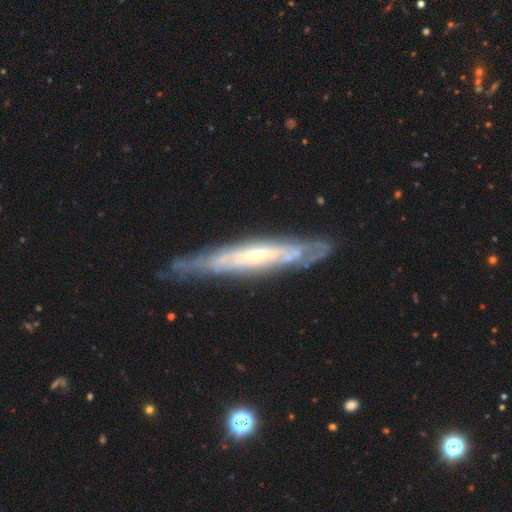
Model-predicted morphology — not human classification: Smooth or featured?
  - featured or disk: 80% *
  - smooth: 15%
  - star or artifact: 6%
Edge-on disk?
  - yes: 52% *
  - no: 48%
Merging?
  - none: 73% *
  - minor disturbance: 19%
  - major disturbance: 6%
  - merger: 2%